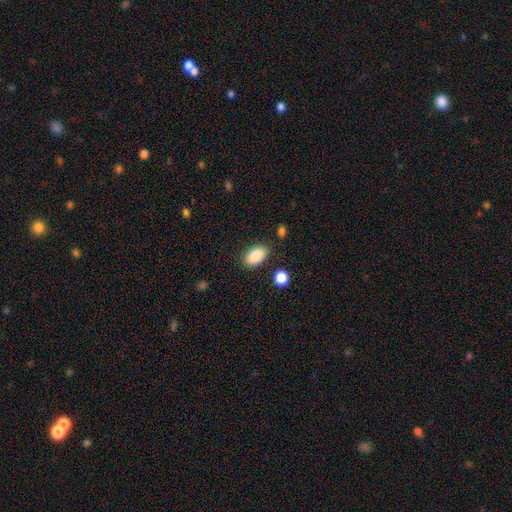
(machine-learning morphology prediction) type=smooth (88%); roundness=in between (93%); merging=none (83%).